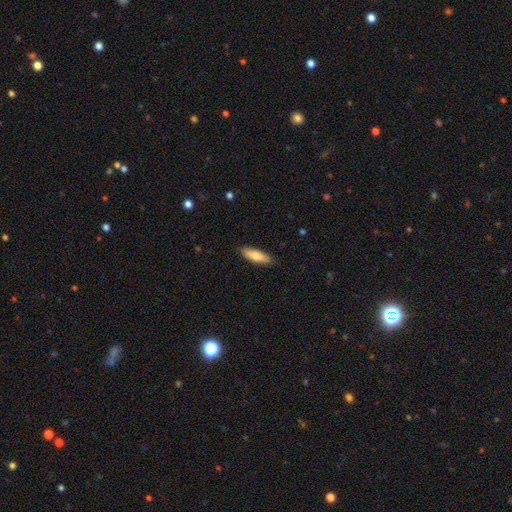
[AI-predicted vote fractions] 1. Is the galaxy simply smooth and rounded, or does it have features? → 75% smooth, 19% featured or disk, 6% star or artifact.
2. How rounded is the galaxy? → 49% cigar-shaped (tied), 49% in between (tied), 2% round.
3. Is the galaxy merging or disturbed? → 89% none, 9% minor disturbance, 2% major disturbance, 1% merger.